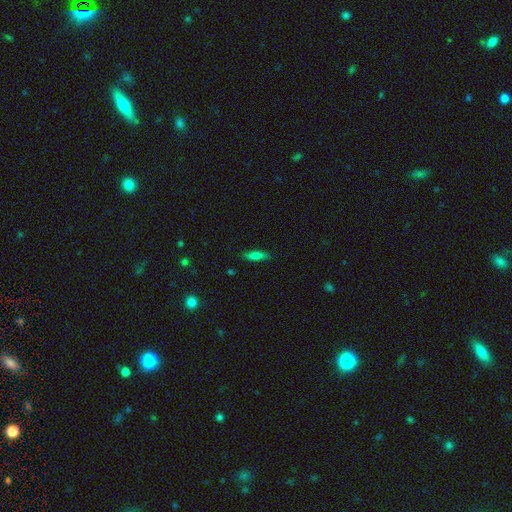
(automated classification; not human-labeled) Q: Smooth or featured?
A: smooth (76%); runner-up: featured or disk (15%)
Q: How rounded?
A: cigar-shaped (69%); runner-up: in between (29%)
Q: Merging?
A: none (87%); runner-up: minor disturbance (10%)